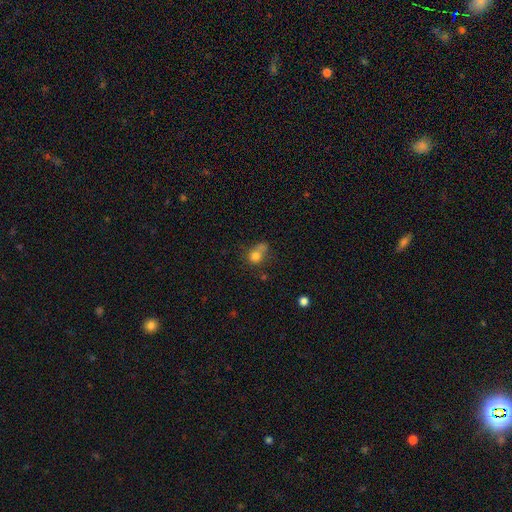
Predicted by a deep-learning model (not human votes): This is likely a smooth galaxy (75%). How rounded: possibly round (55%). Merging: marginally none (32%).